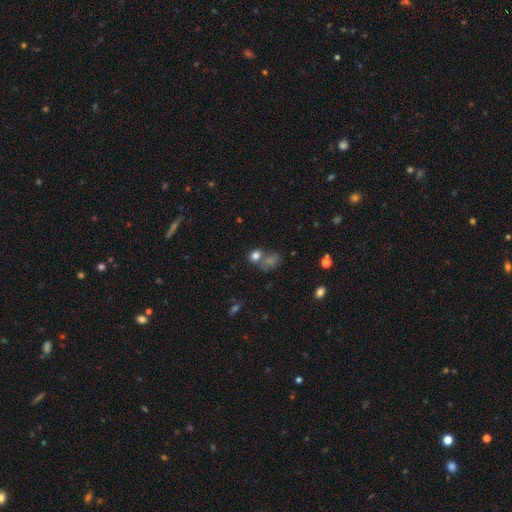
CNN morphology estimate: type=smooth (75%); roundness=round (58%); merging=none (44%).